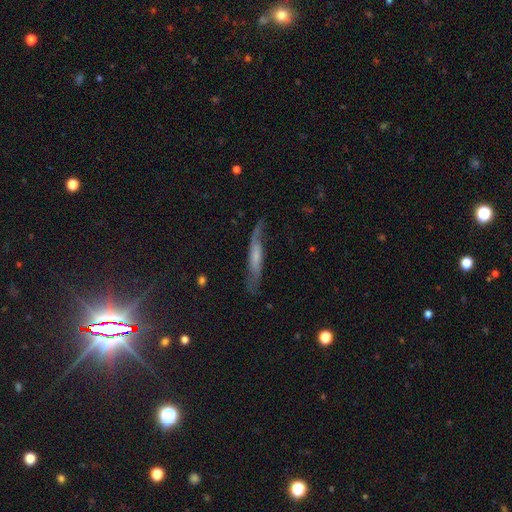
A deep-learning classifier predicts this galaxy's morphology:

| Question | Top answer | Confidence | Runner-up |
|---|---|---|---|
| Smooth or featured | featured or disk | 59% | smooth (33%) |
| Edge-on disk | yes | 56% | no (44%) |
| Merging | none | 63% | minor disturbance (24%) |